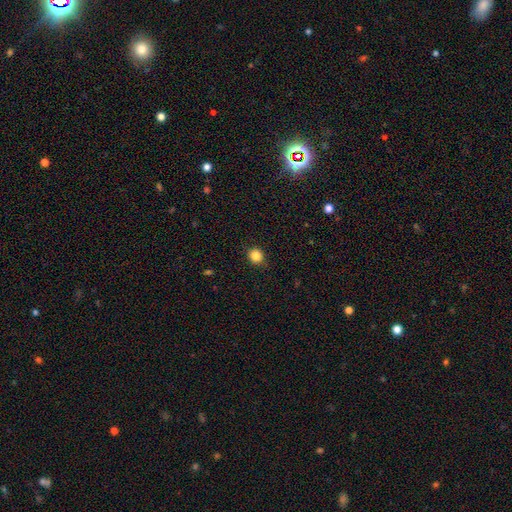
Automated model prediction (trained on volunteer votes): Q: Smooth or featured?
A: smooth (85%); runner-up: star or artifact (11%)
Q: How rounded?
A: round (87%); runner-up: in between (13%)
Q: Merging?
A: none (87%); runner-up: minor disturbance (10%)